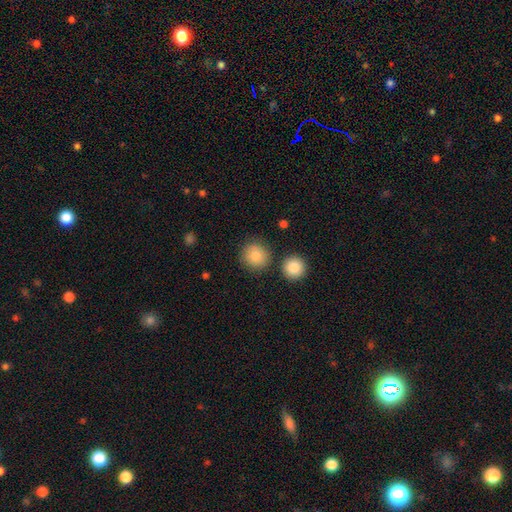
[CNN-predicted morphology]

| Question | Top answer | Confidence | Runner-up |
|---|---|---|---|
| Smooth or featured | smooth | 85% | star or artifact (9%) |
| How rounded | round | 92% | in between (7%) |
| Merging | none | 83% | minor disturbance (8%) |